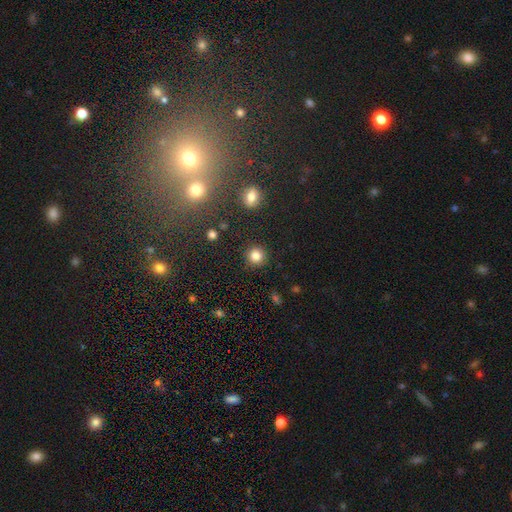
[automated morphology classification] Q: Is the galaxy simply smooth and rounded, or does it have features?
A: smooth — 84%.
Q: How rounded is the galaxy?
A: round — 94%.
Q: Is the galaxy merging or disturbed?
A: none — 91%.